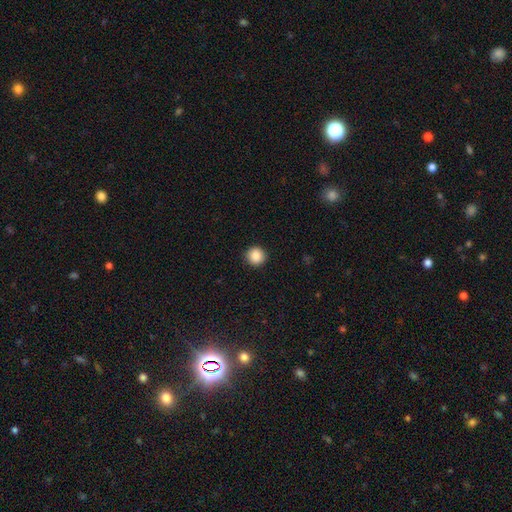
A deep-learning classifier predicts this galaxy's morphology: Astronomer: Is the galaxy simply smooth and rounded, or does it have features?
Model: smooth — 87%.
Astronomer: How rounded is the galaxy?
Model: round — 94%.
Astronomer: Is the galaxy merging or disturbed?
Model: none — 92%.